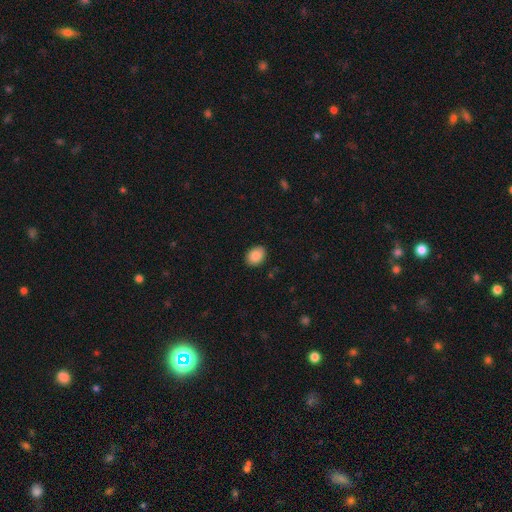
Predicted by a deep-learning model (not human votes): Overall: smooth (88%). How rounded: in between (69%; round 30%). Merging: none (88%).